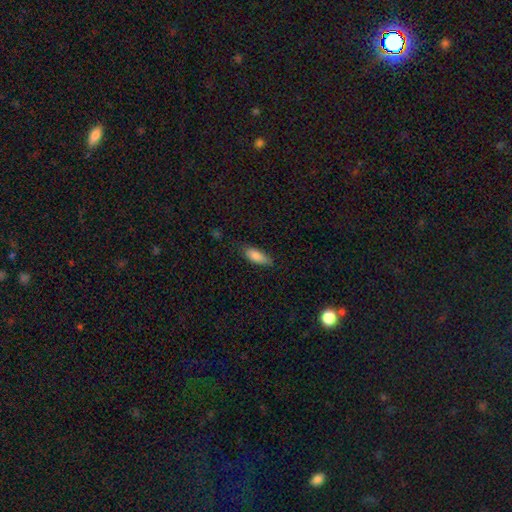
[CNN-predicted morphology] Smooth or featured?
  - smooth: 85% *
  - featured or disk: 8%
  - star or artifact: 7%
How rounded?
  - in between: 76% *
  - cigar-shaped: 22%
  - round: 2%
Merging?
  - none: 74% *
  - minor disturbance: 21%
  - major disturbance: 4%
  - merger: 1%